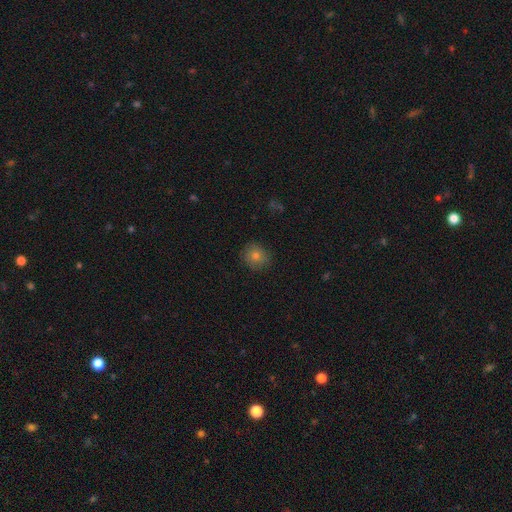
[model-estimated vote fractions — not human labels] Morphology: type=smooth (77%); roundness=round (85%); merging=none (87%).